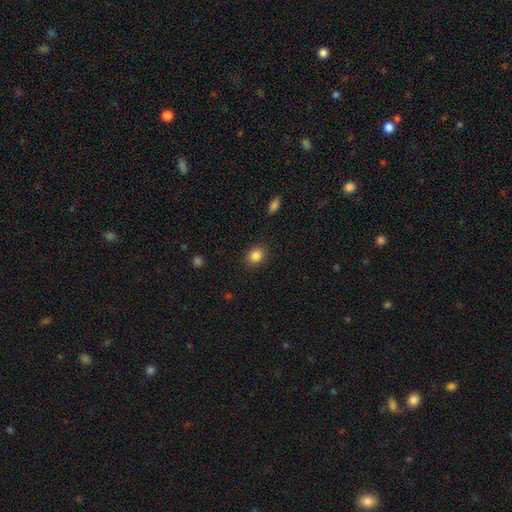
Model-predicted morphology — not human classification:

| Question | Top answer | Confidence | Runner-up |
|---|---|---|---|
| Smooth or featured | smooth | 86% | star or artifact (10%) |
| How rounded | round | 58% | in between (41%) |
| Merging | none | 88% | minor disturbance (8%) |